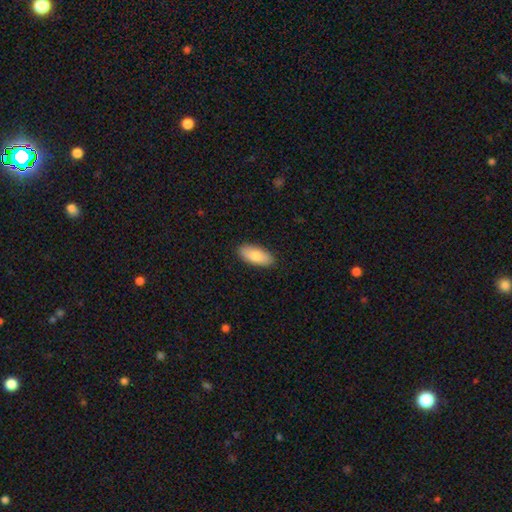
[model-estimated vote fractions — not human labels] smooth 83%, featured or disk 11%, star or artifact 6%. Down the decision tree: how rounded — in between (88%); merging — none (88%).